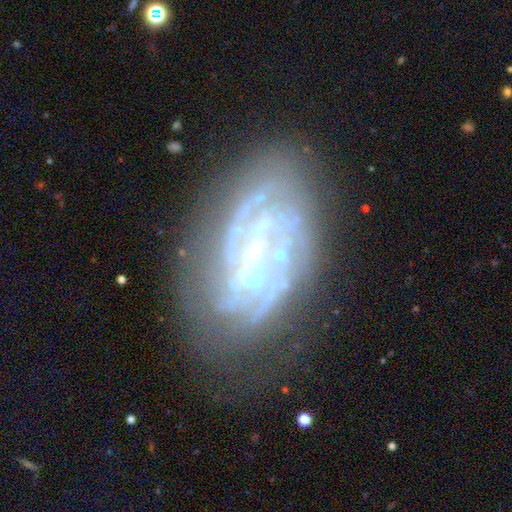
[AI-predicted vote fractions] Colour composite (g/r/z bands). It shows a featured or disk galaxy (81%) with no bar (51%), tight (62%) spiral arms (88%) and a small central bulge (72%). Merging: none (68%).